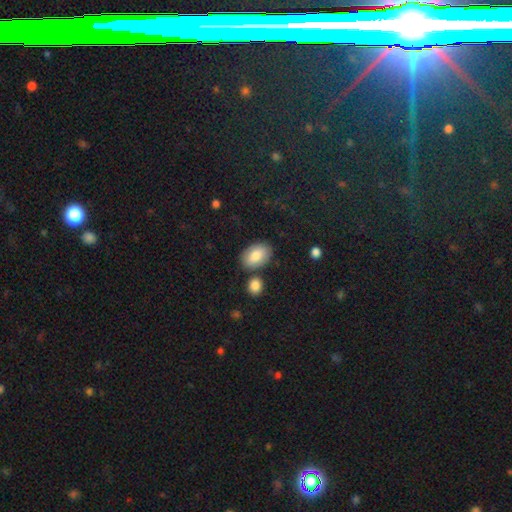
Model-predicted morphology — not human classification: Smooth or featured? smooth (82%)
How rounded? in between (89%)
Merging? none (77%)